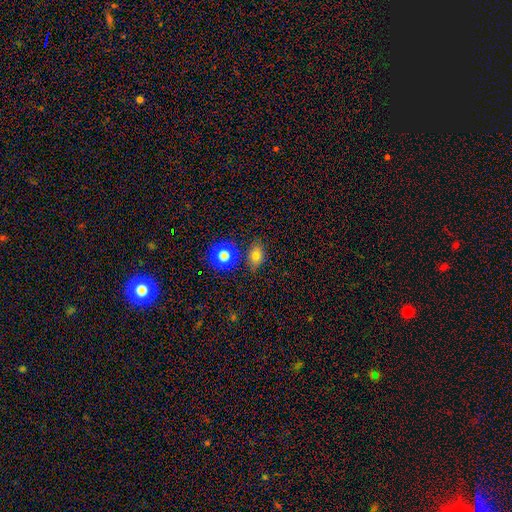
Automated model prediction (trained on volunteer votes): A smooth galaxy with no disk features (73%) that is in between round and cigar-shaped (65%).

Vote fractions:
- Smooth or featured? smooth: 73% / star or artifact: 17% / featured or disk: 10%
- How rounded? in between: 65% / round: 32% / cigar-shaped: 2%
- Merging? none: 79% / minor disturbance: 12% / merger: 5% / major disturbance: 3%